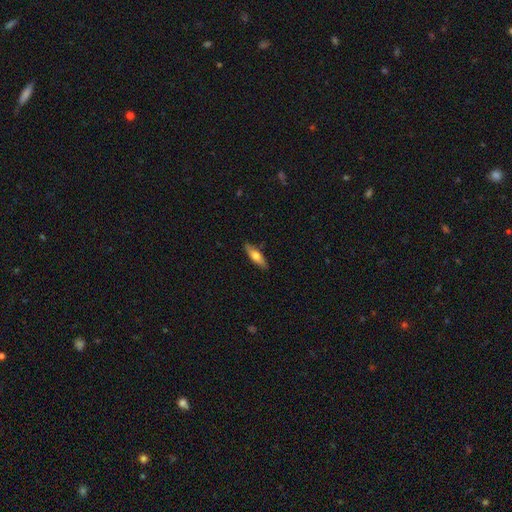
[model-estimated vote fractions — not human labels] Smooth or featured?
  - smooth: 60% *
  - featured or disk: 34%
  - star or artifact: 6%
How rounded?
  - cigar-shaped: 52% *
  - in between: 46%
  - round: 2%
Merging?
  - none: 87% *
  - minor disturbance: 10%
  - major disturbance: 2%
  - merger: 1%